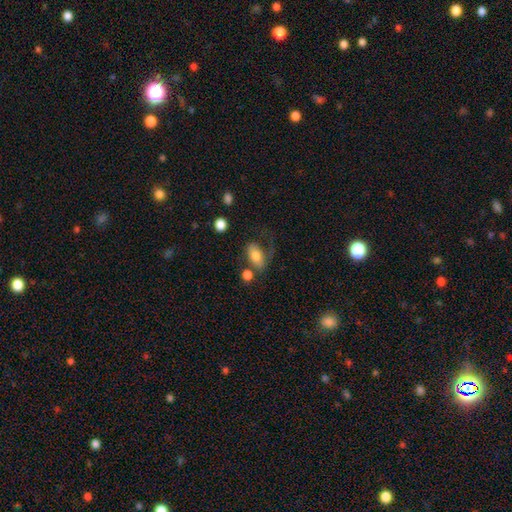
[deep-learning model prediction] smooth-or-featured: smooth: 71% | featured or disk: 21% | star or artifact: 8%
  how-rounded: in between: 90% | round: 7% | cigar-shaped: 3%
  merging: none: 42% | major disturbance: 25% | minor disturbance: 21% | merger: 13%